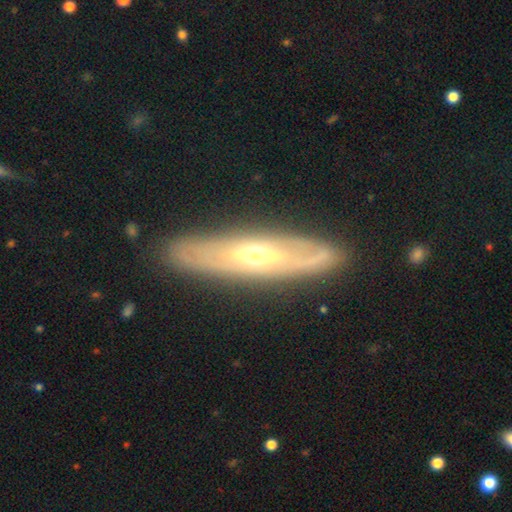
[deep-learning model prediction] This appears to be a featured or disk galaxy (77%). Merging: none (85%).